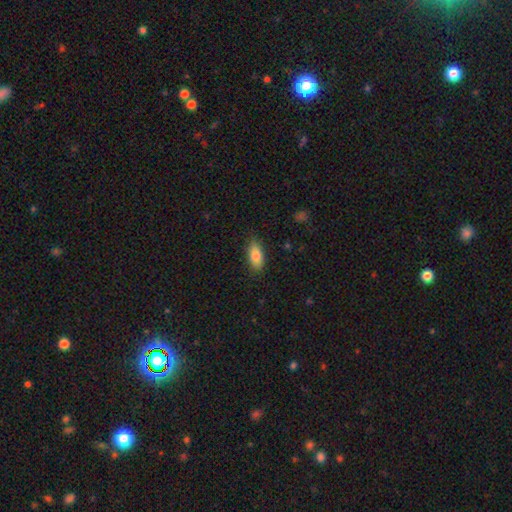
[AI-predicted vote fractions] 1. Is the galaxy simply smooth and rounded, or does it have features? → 84% smooth, 9% featured or disk, 7% star or artifact.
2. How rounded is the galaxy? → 83% in between, 14% cigar-shaped, 3% round.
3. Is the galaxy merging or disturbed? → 84% none, 12% minor disturbance, 3% major disturbance, 1% merger.